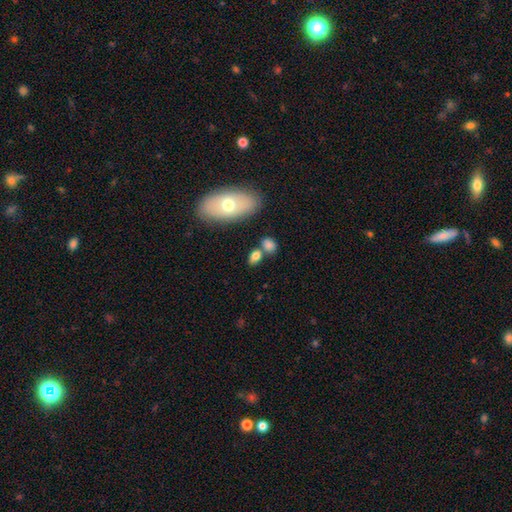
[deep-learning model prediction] Overall: smooth (77%). How rounded: in between (75%). Merging: none (58%; merger 24%).